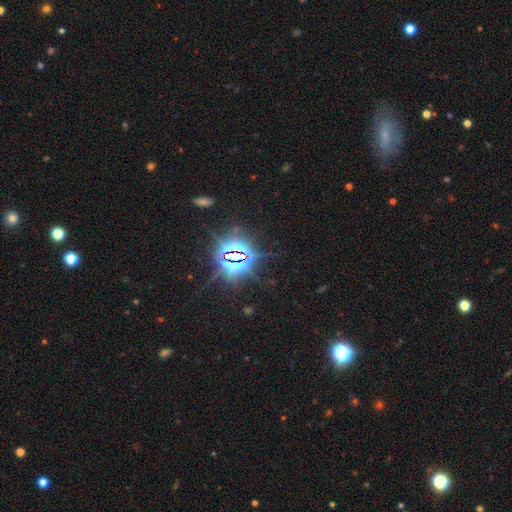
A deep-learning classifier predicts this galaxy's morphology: A star or artifact, not a galaxy (83%).